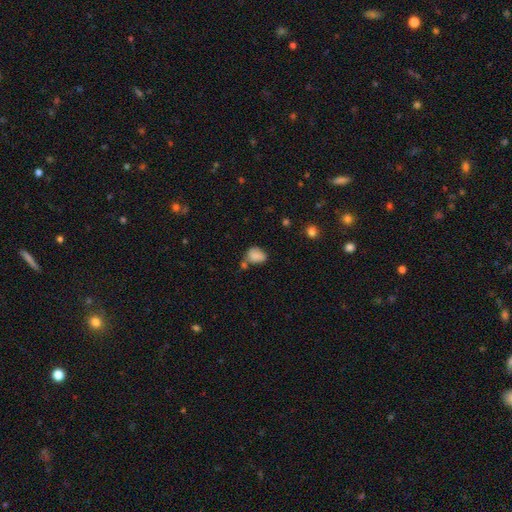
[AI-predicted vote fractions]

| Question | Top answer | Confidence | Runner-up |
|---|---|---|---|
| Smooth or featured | smooth | 81% | star or artifact (10%) |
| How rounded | in between | 67% | round (32%) |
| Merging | none | 44% | minor disturbance (27%) |